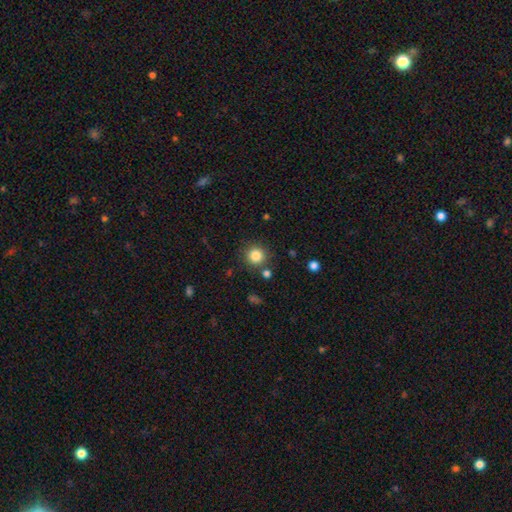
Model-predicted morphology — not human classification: This is clearly a smooth galaxy (84%). How rounded: clearly round (94%). Merging: clearly none (84%).